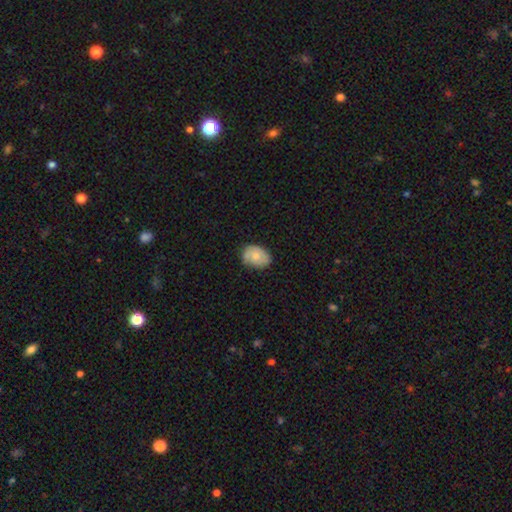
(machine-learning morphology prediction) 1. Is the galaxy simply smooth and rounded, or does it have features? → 66% smooth, 27% featured or disk, 7% star or artifact.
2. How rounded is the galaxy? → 72% in between, 27% round, 1% cigar-shaped.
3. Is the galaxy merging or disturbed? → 64% none, 29% minor disturbance, 6% major disturbance, 2% merger.